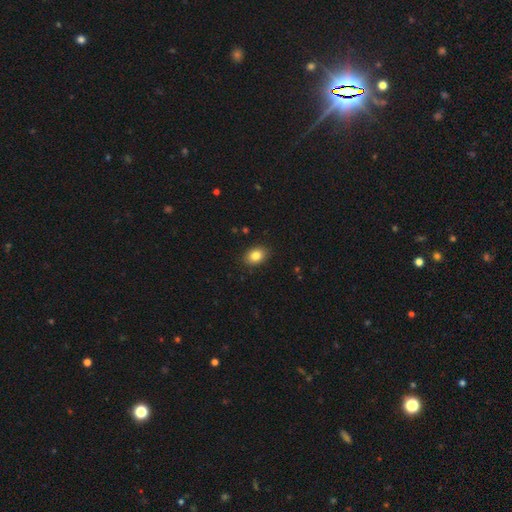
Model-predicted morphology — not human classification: smooth-or-featured: smooth: 84% | star or artifact: 9% | featured or disk: 7%
  how-rounded: in between: 73% | round: 26% | cigar-shaped: 1%
  merging: none: 89% | minor disturbance: 8% | major disturbance: 2% | merger: 1%